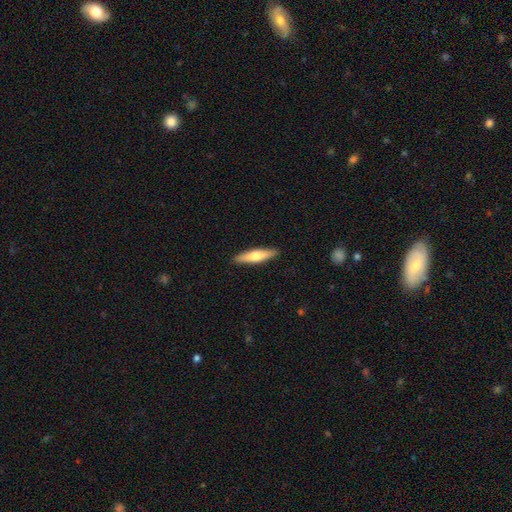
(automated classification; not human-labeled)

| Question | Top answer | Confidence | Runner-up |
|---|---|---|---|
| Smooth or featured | smooth | 56% | featured or disk (39%) |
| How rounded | cigar-shaped | 78% | in between (20%) |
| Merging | none | 91% | minor disturbance (7%) |